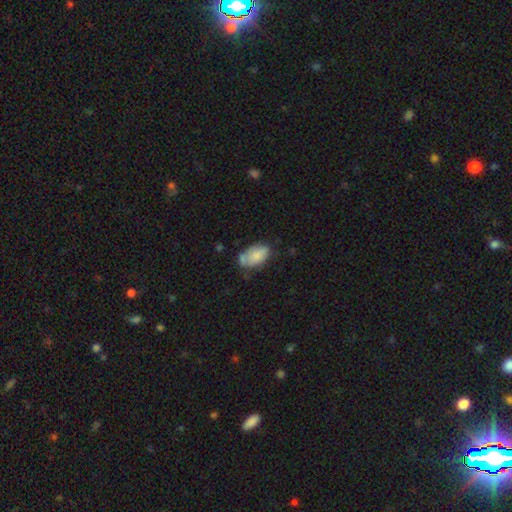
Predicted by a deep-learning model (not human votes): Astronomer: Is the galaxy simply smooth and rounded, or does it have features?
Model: smooth — 73%.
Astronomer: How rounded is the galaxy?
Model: in between — 92%.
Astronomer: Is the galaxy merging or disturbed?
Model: none — 45% (runner-up: minor disturbance, 31%).